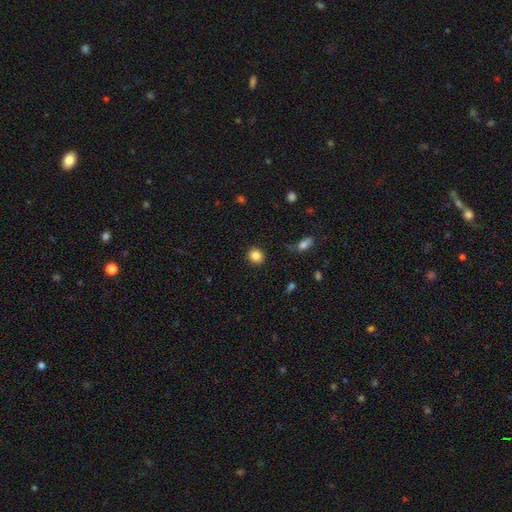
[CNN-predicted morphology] smooth-or-featured: smooth: 86% | star or artifact: 10% | featured or disk: 4%
  how-rounded: round: 75% | in between: 24% | cigar-shaped: 1%
  merging: none: 89% | minor disturbance: 7% | major disturbance: 2% | merger: 1%